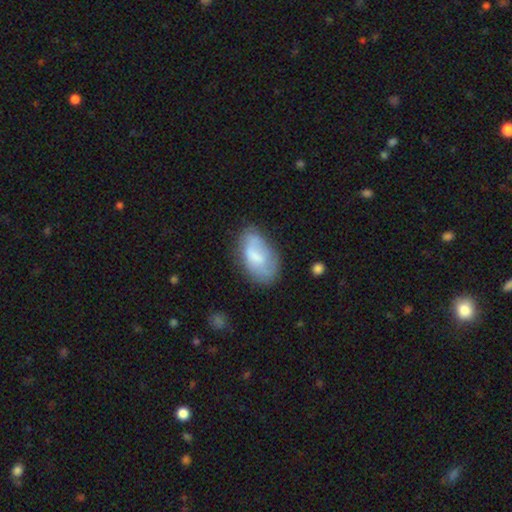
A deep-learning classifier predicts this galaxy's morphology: A smooth galaxy with no disk features (65%) that is in between round and cigar-shaped (93%).

Vote fractions:
- Smooth or featured? smooth: 65% / featured or disk: 28% / star or artifact: 7%
- How rounded? in between: 93% / round: 4% / cigar-shaped: 3%
- Merging? none: 55% / minor disturbance: 29% / major disturbance: 12% / merger: 4%